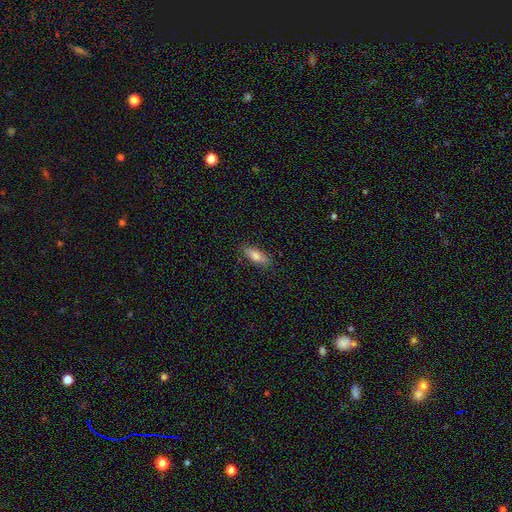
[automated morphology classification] Smooth or featured: smooth — 76% (featured or disk — 17%)
How rounded: in between — 64% (cigar-shaped — 33%)
Merging: none — 85% (minor disturbance — 12%)